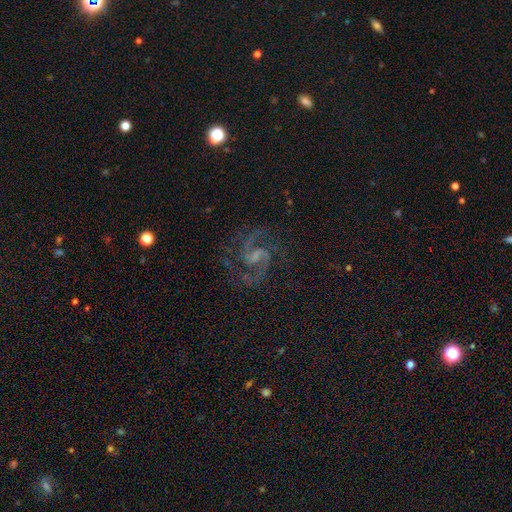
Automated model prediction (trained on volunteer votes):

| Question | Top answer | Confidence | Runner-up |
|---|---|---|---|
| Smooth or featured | featured or disk | 91% | star or artifact (6%) |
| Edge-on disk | no | 98% | yes (2%) |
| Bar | weak | 57% | no (22%) |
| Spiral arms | yes | 98% | no (2%) |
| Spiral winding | medium | 67% | loose (19%) |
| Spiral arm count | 2 | 92% | 3 (2%) |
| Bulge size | none | 39% | small (38%) |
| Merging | none | 77% | minor disturbance (14%) |